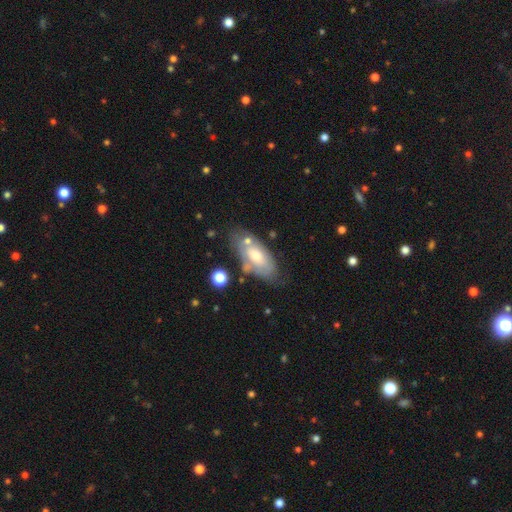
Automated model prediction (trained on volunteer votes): A smooth galaxy with no disk features (47%).

Vote fractions:
- Smooth or featured? smooth: 47% / featured or disk: 46% / star or artifact: 7%
- Merging? none: 58% / minor disturbance: 23% / merger: 10% / major disturbance: 8%